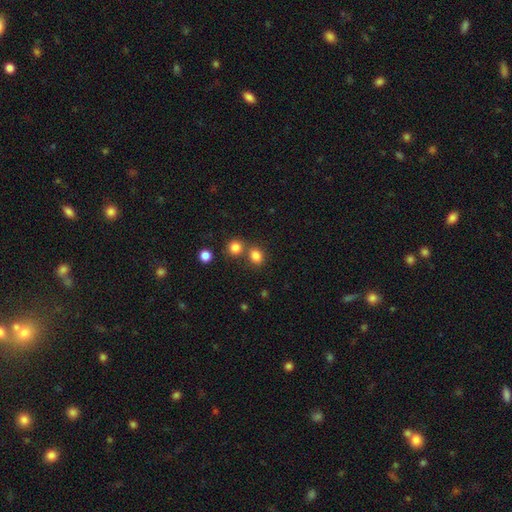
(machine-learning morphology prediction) type=smooth (82%); roundness=round (58%); merging=none (61%).